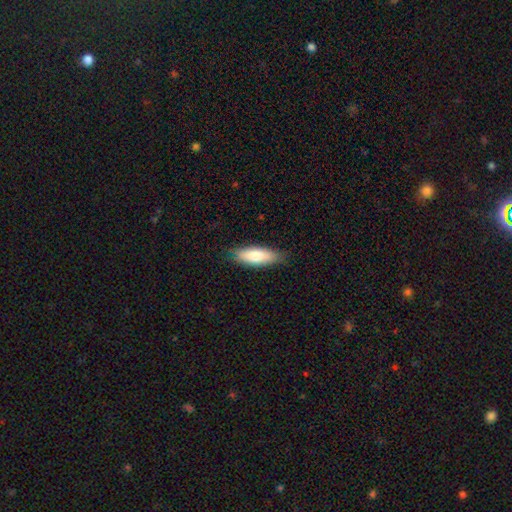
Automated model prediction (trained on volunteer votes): Smooth or featured? Predicted: smooth (p=0.78). How rounded? Predicted: in between (p=0.60). Merging? Predicted: none (p=0.82).